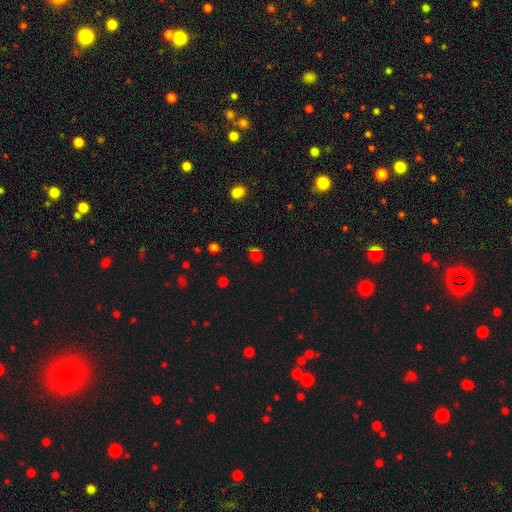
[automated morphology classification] smooth-or-featured: smooth: 52% | star or artifact: 39% | featured or disk: 9%
  how-rounded: round: 61% | in between: 37% | cigar-shaped: 2%
  merging: none: 61% | minor disturbance: 15% | merger: 15% | major disturbance: 9%